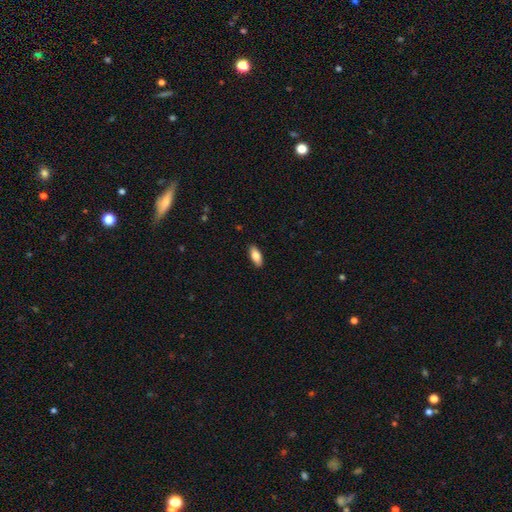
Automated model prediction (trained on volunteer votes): Smooth or featured? Predicted: smooth (p=0.82). How rounded? Predicted: in between (p=0.84). Merging? Predicted: none (p=0.89).